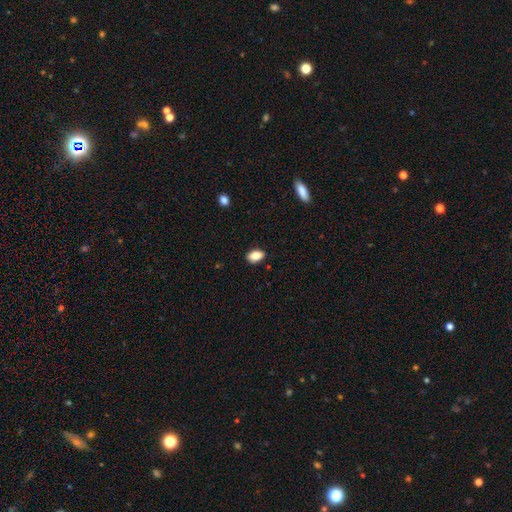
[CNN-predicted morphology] smooth_or_featured: smooth (p=0.85) [alt: star or artifact p=0.08]
how_rounded: in between (p=0.88) [alt: round p=0.09]
merging: none (p=0.88) [alt: minor disturbance p=0.10]